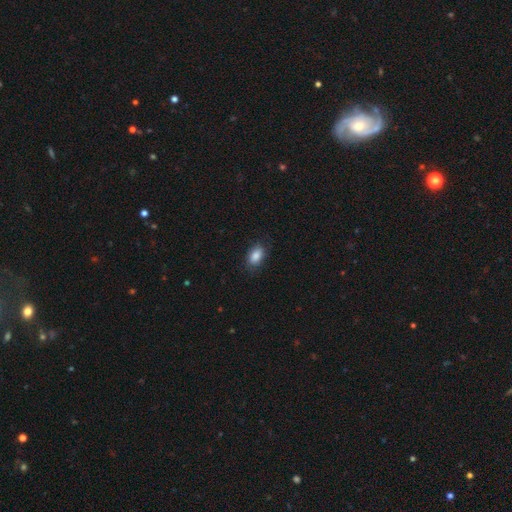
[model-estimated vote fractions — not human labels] smooth-or-featured: smooth: 86% | star or artifact: 7% | featured or disk: 6%
  how-rounded: in between: 90% | round: 7% | cigar-shaped: 2%
  merging: none: 82% | minor disturbance: 14% | major disturbance: 3% | merger: 1%